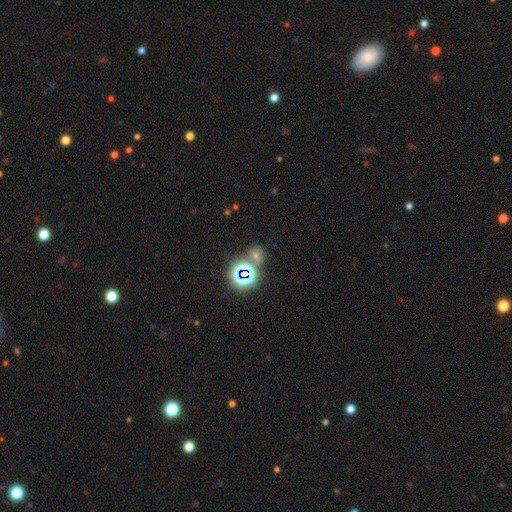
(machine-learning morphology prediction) Smooth or featured? star or artifact (61%)